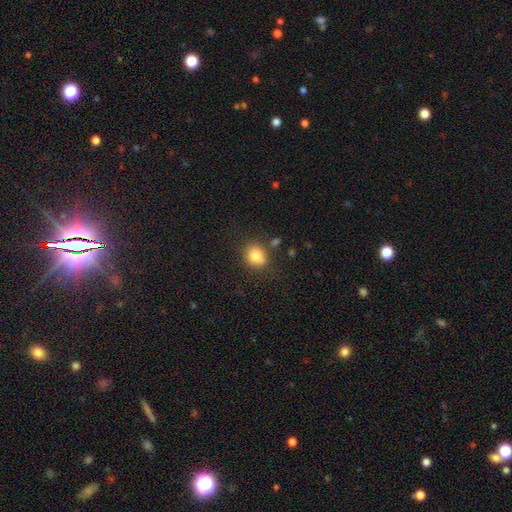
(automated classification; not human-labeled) smooth 80%, star or artifact 11%, featured or disk 9%. Down the decision tree: how rounded — round (71%); merging — none (72%).